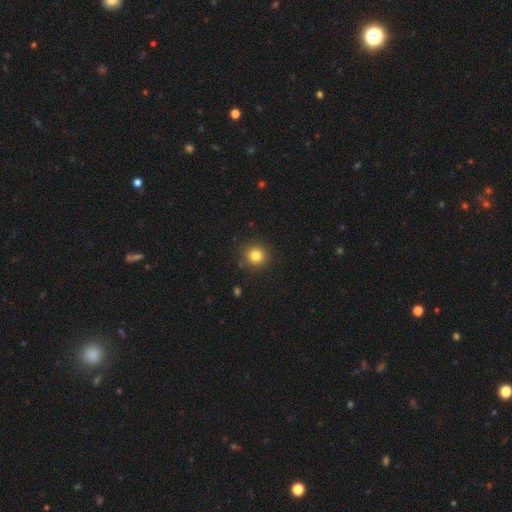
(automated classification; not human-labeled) This appears to be a smooth galaxy with no disk features (82%) that is round (90%). Merging: none (89%).